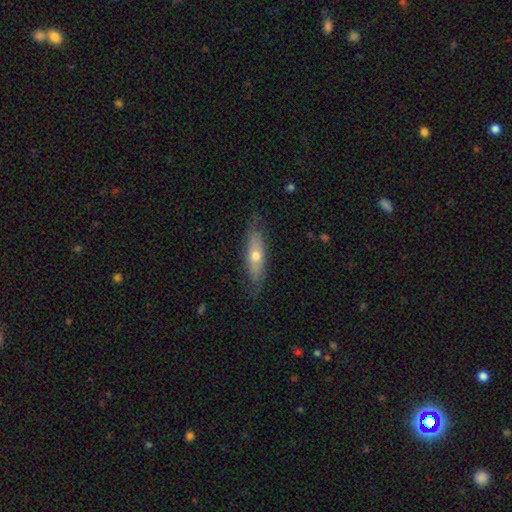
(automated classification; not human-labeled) The model was most divided on "smooth or featured": smooth: 47%, featured or disk: 46%, star or artifact: 6%. More confident: merging — none (80%).